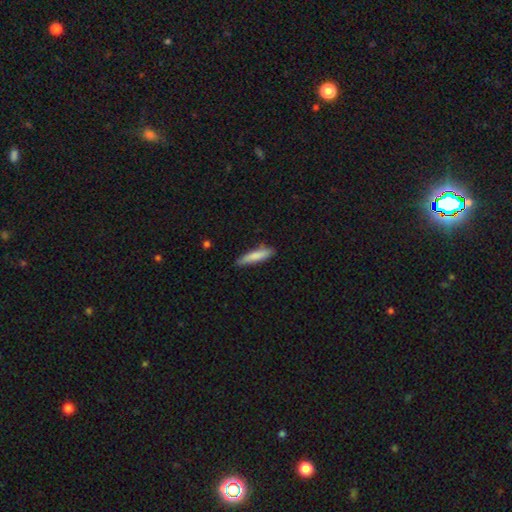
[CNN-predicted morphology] smooth 81%, featured or disk 13%, star or artifact 6%. Down the decision tree: how rounded — cigar-shaped (83%); merging — none (80%).